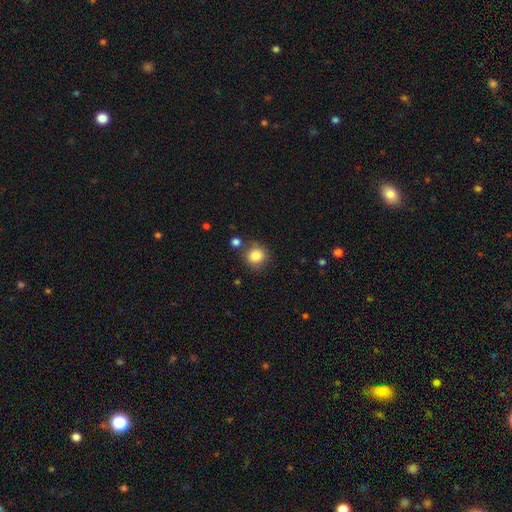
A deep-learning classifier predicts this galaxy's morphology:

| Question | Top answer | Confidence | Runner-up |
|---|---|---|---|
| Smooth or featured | smooth | 83% | star or artifact (10%) |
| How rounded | round | 89% | in between (10%) |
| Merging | none | 76% | minor disturbance (11%) |